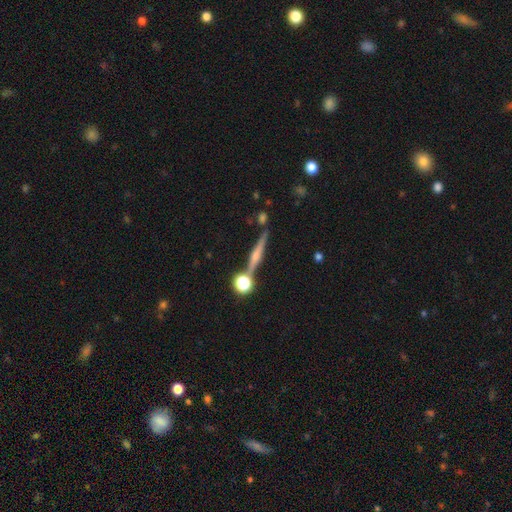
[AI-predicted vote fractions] A featured or disk galaxy (62%) viewed edge-on (91%) with a rounded central bulge (72%). Merging: none (72%).